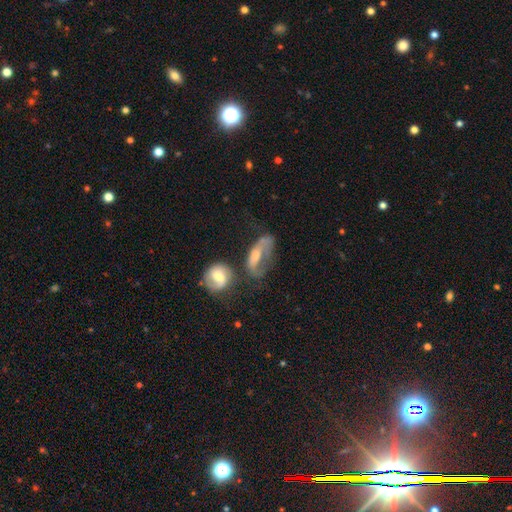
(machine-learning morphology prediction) A featured or disk galaxy (49%).

Vote fractions:
- Smooth or featured? featured or disk: 49% / smooth: 40% / star or artifact: 11%
- Merging? major disturbance: 30% / none: 27% / merger: 23% / minor disturbance: 20%